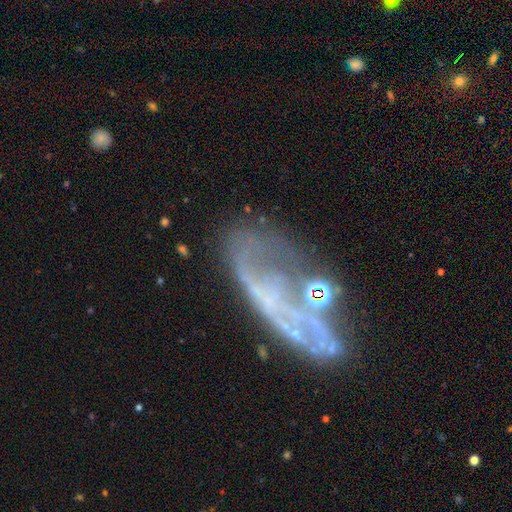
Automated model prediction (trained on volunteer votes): A featured or disk galaxy (66%) with no bar (70%), no spiral arms (52%) and no central bulge (61%).

Vote fractions:
- Smooth or featured? featured or disk: 66% / smooth: 18% / star or artifact: 16%
- Edge-on disk? no: 88% / yes: 12%
- Bar? no: 70% / weak: 19% / strong: 11%
- Spiral arms? no: 52% / yes: 48%
- Bulge size? none: 61% / small: 26% / moderate: 9% / large: 2% / dominant: 2%
- Merging? none: 35% / major disturbance: 34% / minor disturbance: 20% / merger: 11%